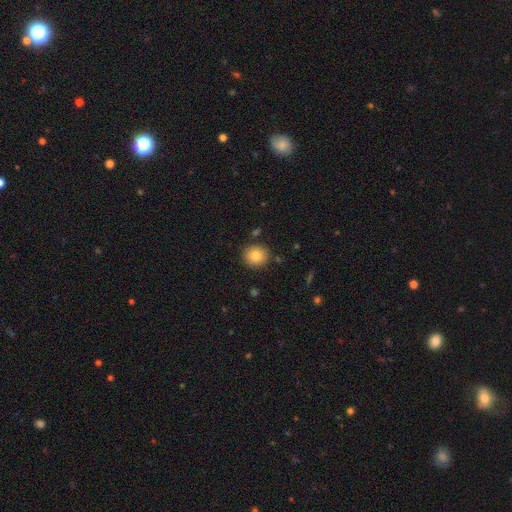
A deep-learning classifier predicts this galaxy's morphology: The model was most divided on "smooth or featured": smooth: 81%, star or artifact: 10%, featured or disk: 9%. More confident: how rounded — round (89%); merging — none (88%).